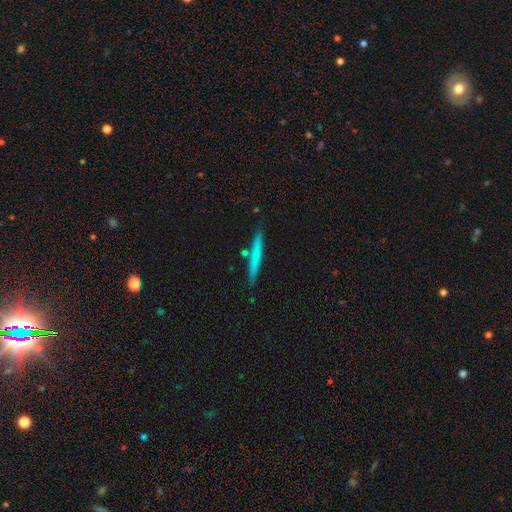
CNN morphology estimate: Smooth or featured?
  - smooth: 64% *
  - featured or disk: 30%
  - star or artifact: 6%
How rounded?
  - cigar-shaped: 96% *
  - in between: 2%
  - round: 1%
Merging?
  - none: 87% *
  - minor disturbance: 8%
  - merger: 4%
  - major disturbance: 2%